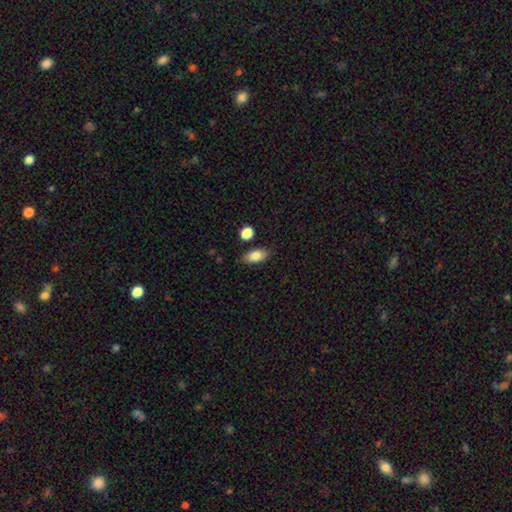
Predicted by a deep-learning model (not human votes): Smooth or featured? Predicted: smooth (p=0.82). How rounded? Predicted: in between (p=0.85). Merging? Predicted: none (p=0.82).